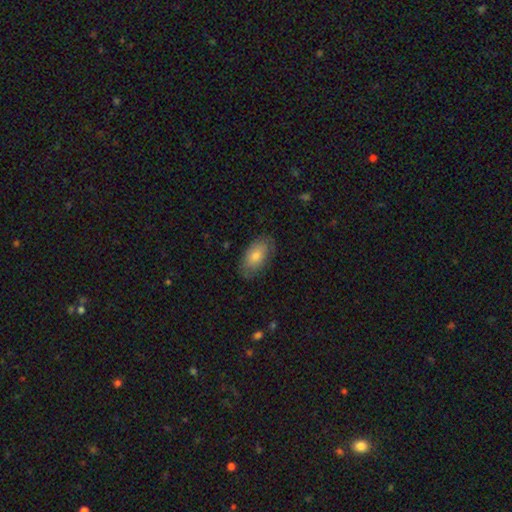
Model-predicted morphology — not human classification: This appears to be a smooth galaxy with no disk features (73%) that is in between round and cigar-shaped (93%). Merging: none (81%).